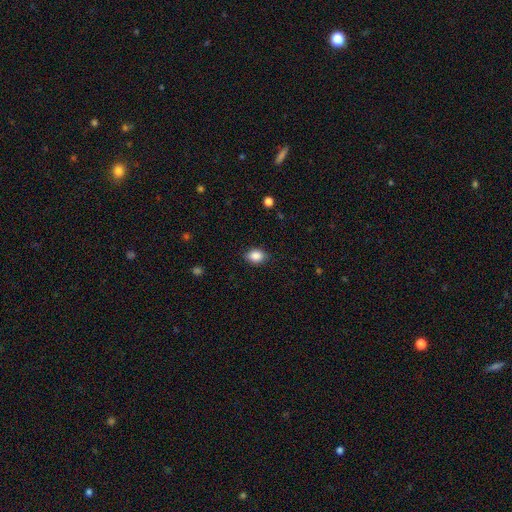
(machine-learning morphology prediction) This appears to be a smooth galaxy with no disk features (87%) that is in between round and cigar-shaped (68%). Merging: none (86%).